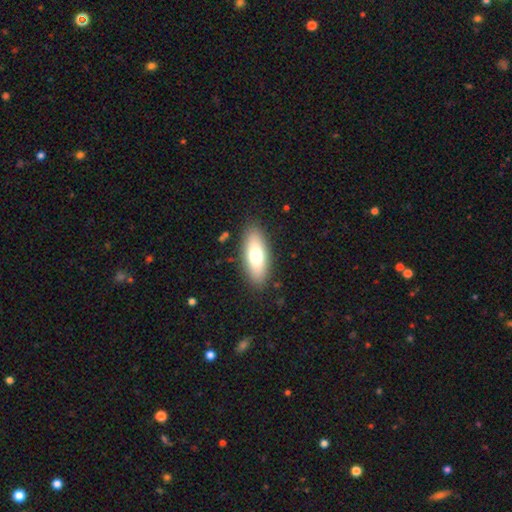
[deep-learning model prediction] Smooth or featured? smooth (69%)
How rounded? in between (69%)
Merging? none (86%)